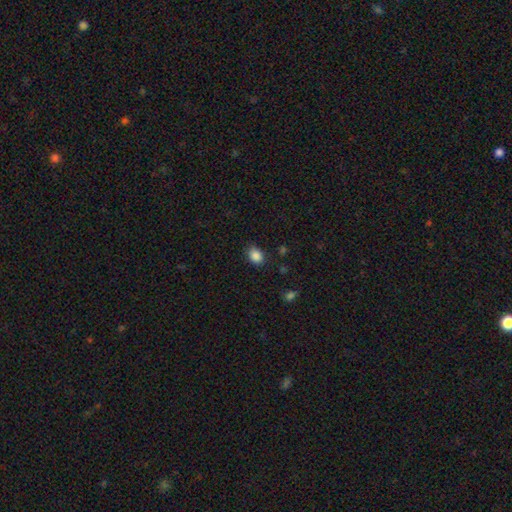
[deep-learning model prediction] Morphology: type=smooth (87%); roundness=in between (73%); merging=none (81%).